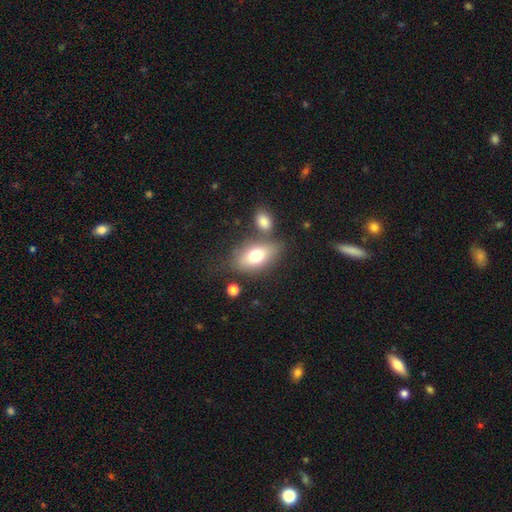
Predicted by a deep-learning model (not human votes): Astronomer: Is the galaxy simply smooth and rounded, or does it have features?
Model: smooth — 73%.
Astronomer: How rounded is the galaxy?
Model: in between — 87%.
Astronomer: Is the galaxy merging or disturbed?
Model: none — 60%.